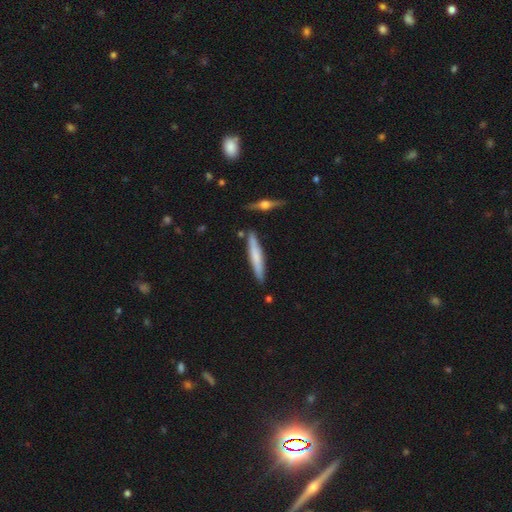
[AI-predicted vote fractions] Smooth or featured?
  - smooth: 62% *
  - featured or disk: 33%
  - star or artifact: 5%
How rounded?
  - cigar-shaped: 93% *
  - in between: 6%
  - round: 1%
Merging?
  - none: 84% *
  - minor disturbance: 11%
  - merger: 4%
  - major disturbance: 2%